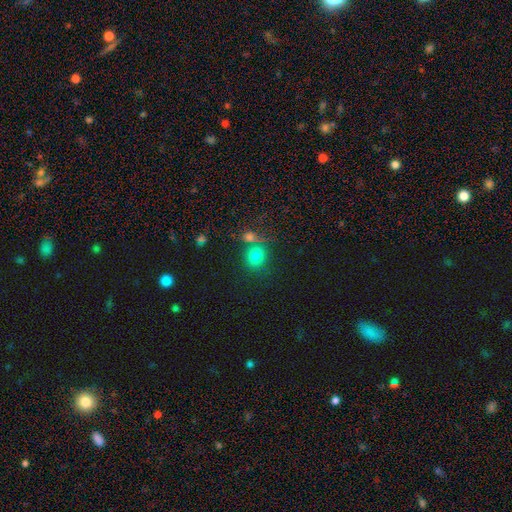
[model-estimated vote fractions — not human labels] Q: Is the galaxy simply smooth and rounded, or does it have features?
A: smooth — 79%.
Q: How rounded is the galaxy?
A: round — 81%.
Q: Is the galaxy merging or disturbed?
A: none — 58%.